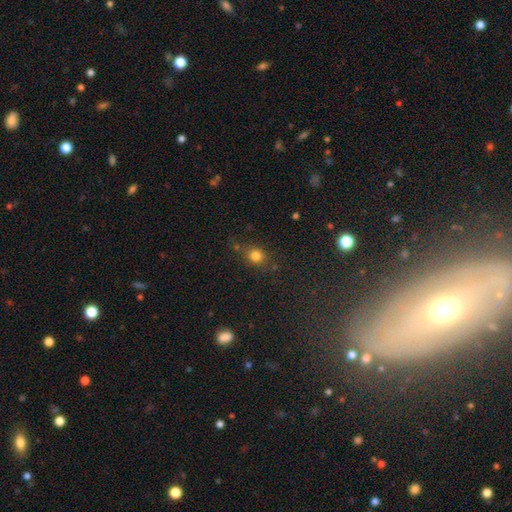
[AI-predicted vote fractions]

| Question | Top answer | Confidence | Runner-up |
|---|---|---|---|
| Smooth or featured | smooth | 79% | star or artifact (15%) |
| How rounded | round | 81% | in between (18%) |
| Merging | none | 74% | minor disturbance (15%) |